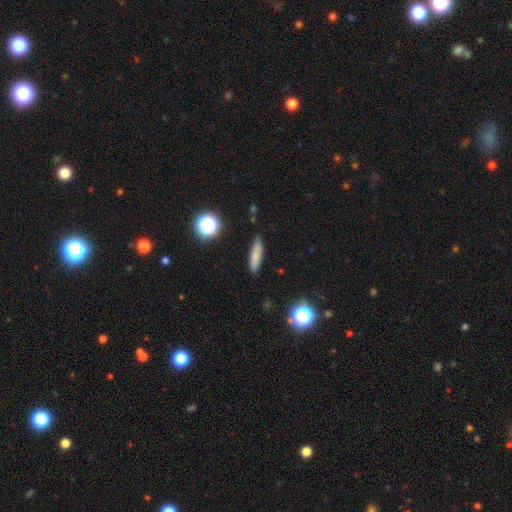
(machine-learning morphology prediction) Smooth or featured: smooth — 75% (featured or disk — 15%)
How rounded: cigar-shaped — 76% (in between — 21%)
Merging: none — 85% (minor disturbance — 11%)